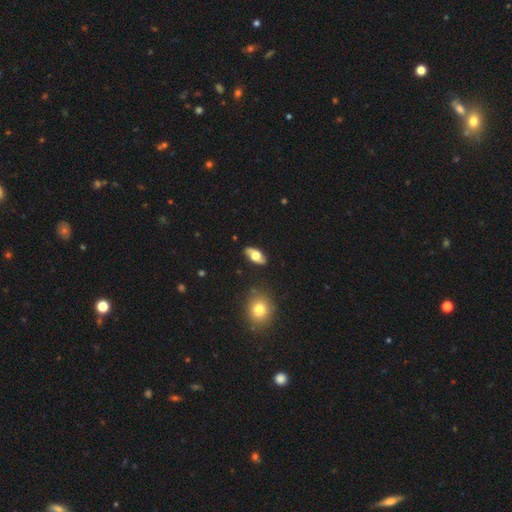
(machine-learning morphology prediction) type=smooth (49%); merging=none (82%).